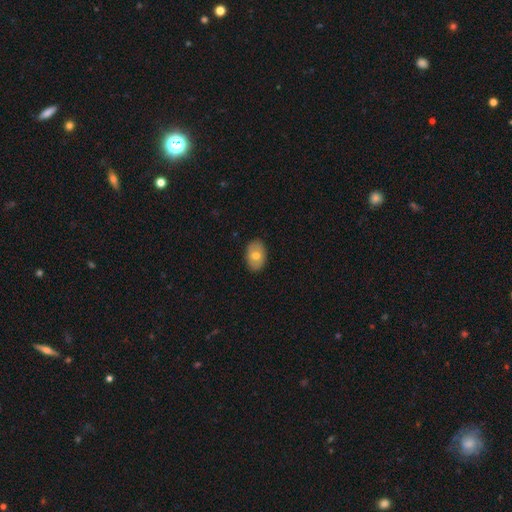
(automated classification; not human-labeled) Smooth or featured?
  - smooth: 70% *
  - featured or disk: 23%
  - star or artifact: 7%
How rounded?
  - in between: 86% *
  - round: 13%
  - cigar-shaped: 1%
Merging?
  - none: 88% *
  - minor disturbance: 9%
  - major disturbance: 2%
  - merger: 1%